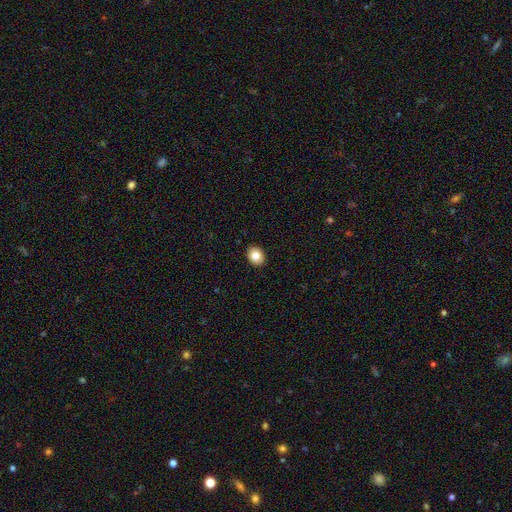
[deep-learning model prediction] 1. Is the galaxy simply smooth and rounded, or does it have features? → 82% smooth, 9% featured or disk, 9% star or artifact.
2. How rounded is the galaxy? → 55% round, 44% in between, 1% cigar-shaped.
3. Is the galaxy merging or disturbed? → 91% none, 6% minor disturbance, 2% major disturbance, 1% merger.